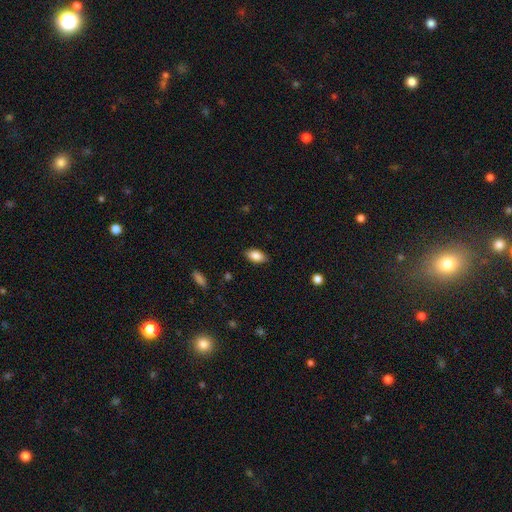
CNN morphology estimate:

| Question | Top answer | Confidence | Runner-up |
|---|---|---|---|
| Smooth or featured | smooth | 85% | featured or disk (8%) |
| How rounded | in between | 92% | round (4%) |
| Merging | none | 87% | minor disturbance (10%) |